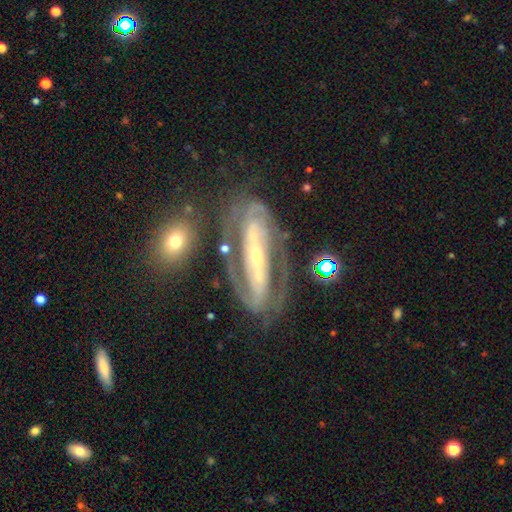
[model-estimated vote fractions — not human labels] smooth-or-featured: featured or disk: 86% | smooth: 8% | star or artifact: 6%
  disk-edge-on: no: 90% | yes: 10%
    bar: strong: 61% | no: 20% | weak: 19%
    has-spiral-arms: yes: 90% | no: 10%
      spiral-winding: tight: 51% | medium: 37% | loose: 11%
      spiral-arm-count: 2: 79% | can't tell: 11% | 3: 4% | 1: 2% | 4: 2% | more than 4: 2%
    bulge-size: small: 69% | moderate: 26% | large: 2% | none: 1% | dominant: 1%
  merging: none: 69% | minor disturbance: 16% | major disturbance: 10% | merger: 5%